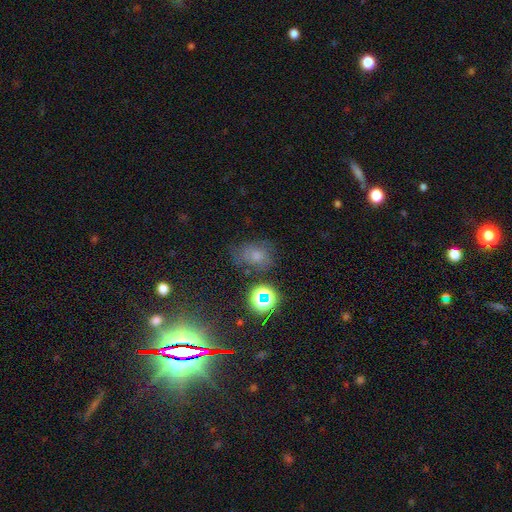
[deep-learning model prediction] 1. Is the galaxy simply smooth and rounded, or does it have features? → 47% star or artifact, 34% smooth, 19% featured or disk.